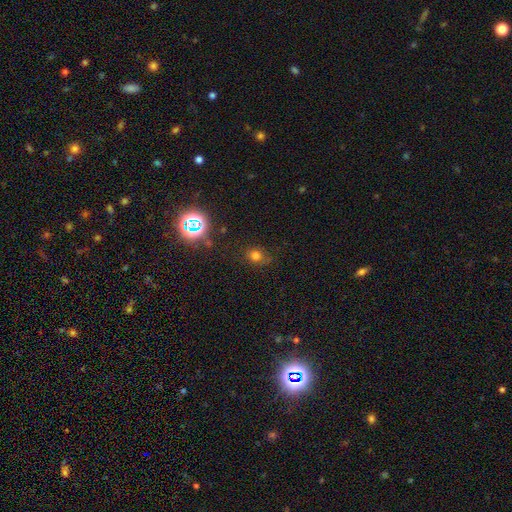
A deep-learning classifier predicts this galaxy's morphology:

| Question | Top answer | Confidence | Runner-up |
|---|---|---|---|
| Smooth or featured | smooth | 66% | star or artifact (25%) |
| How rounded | round | 73% | in between (26%) |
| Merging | none | 71% | minor disturbance (18%) |